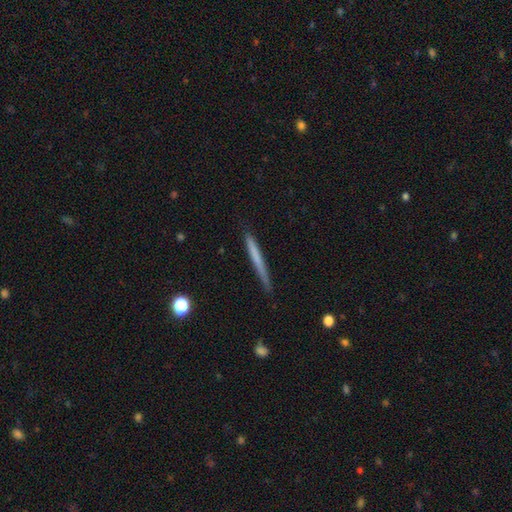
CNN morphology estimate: Smooth or featured? smooth (58%)
How rounded? cigar-shaped (97%)
Merging? none (84%)